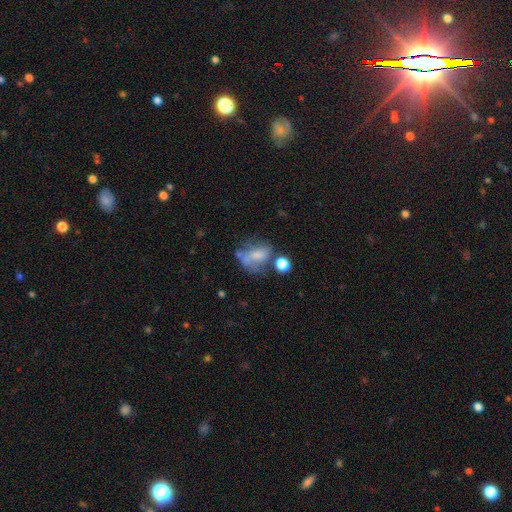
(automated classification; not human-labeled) Smooth or featured? Predicted: smooth (p=0.50). How rounded? Predicted: in between (p=0.70). Merging? Predicted: none (p=0.29).